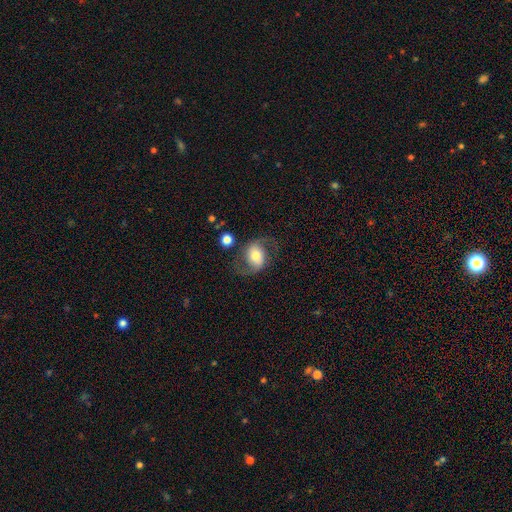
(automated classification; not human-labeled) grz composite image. It shows a featured or disk galaxy (65%) with no bar (48%), 2 (91%) loose (54%) spiral arms (89%) and a moderate central bulge (57%). Merging: none (68%).